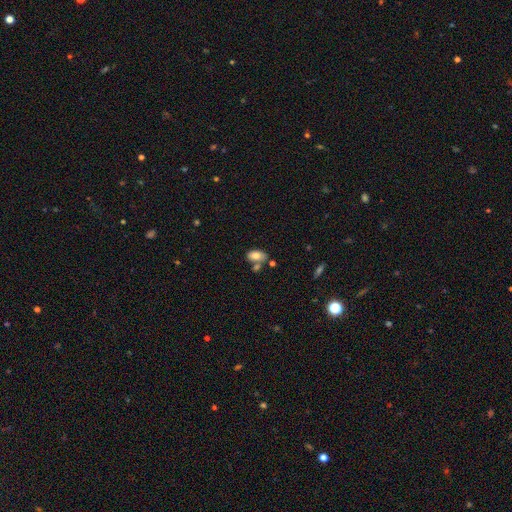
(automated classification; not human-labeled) Overall: smooth (80%). How rounded: in between (93%). Merging: none (57%; merger 23%).